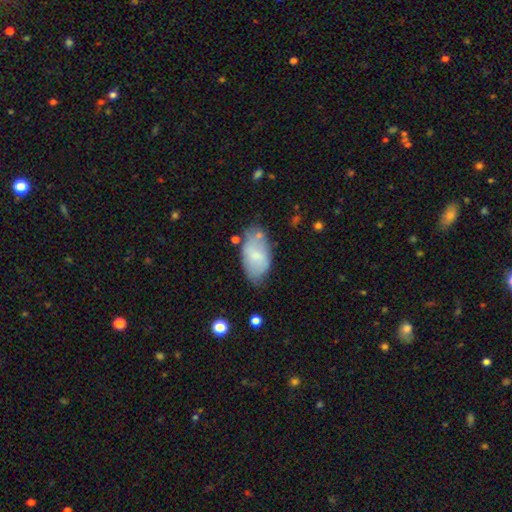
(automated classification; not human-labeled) Smooth or featured? smooth (68%)
How rounded? in between (95%)
Merging? none (62%)